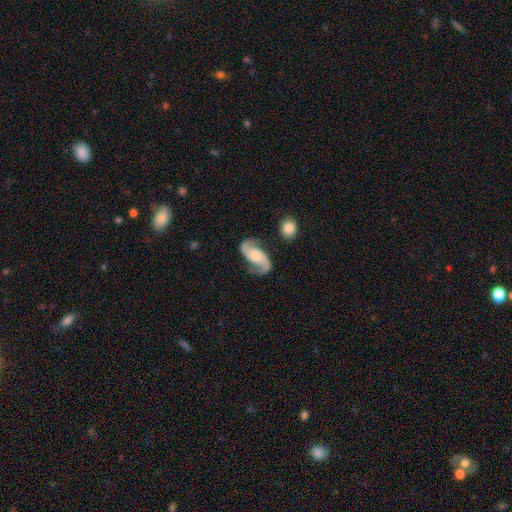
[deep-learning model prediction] A featured or disk galaxy (86%) with no bar (56%), 2 (94%) loose (50%) spiral arms (97%) and no central bulge (44%).

Vote fractions:
- Smooth or featured? featured or disk: 86% / smooth: 9% / star or artifact: 5%
- Edge-on disk? no: 97% / yes: 3%
- Bar? no: 56% / weak: 32% / strong: 12%
- Spiral arms? yes: 97% / no: 3%
- Spiral winding? loose: 50% / medium: 40% / tight: 10%
- Spiral arm count? 2: 94% / can't tell: 2% / 1: 2% / 3: 1% / 4: 1% / more than 4: 1%
- Bulge size? none: 44% / small: 19% / moderate: 18% / large: 15% / dominant: 4%
- Merging? none: 74% / minor disturbance: 16% / major disturbance: 7% / merger: 4%